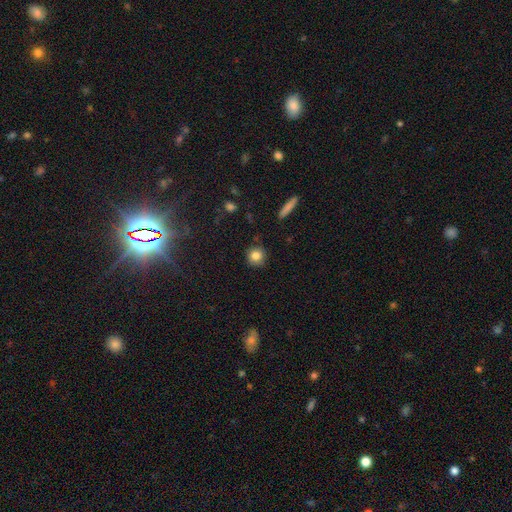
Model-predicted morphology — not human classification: Smooth or featured? Predicted: smooth (p=0.83). How rounded? Predicted: round (p=0.90). Merging? Predicted: none (p=0.87).